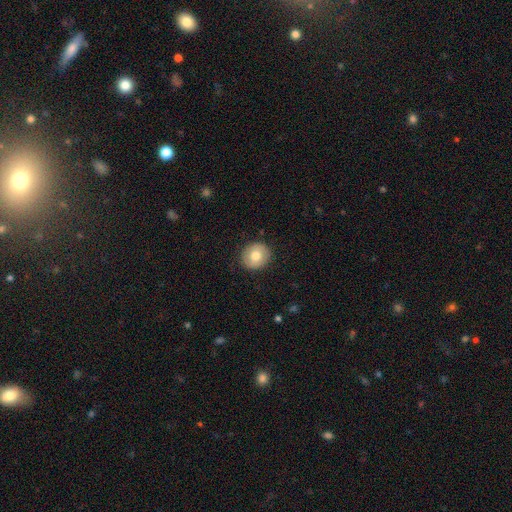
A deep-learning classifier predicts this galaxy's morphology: Q: Smooth or featured?
A: smooth (77%); runner-up: featured or disk (16%)
Q: How rounded?
A: round (83%); runner-up: in between (16%)
Q: Merging?
A: none (89%); runner-up: minor disturbance (8%)